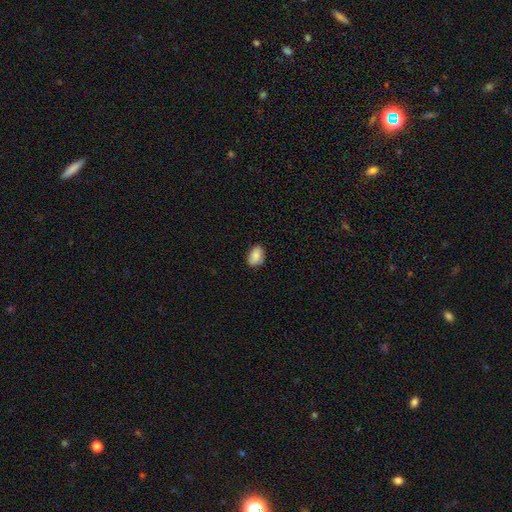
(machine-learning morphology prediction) smooth_or_featured: smooth (p=0.87) [alt: star or artifact p=0.07]
how_rounded: in between (p=0.84) [alt: round p=0.15]
merging: none (p=0.82) [alt: minor disturbance p=0.15]